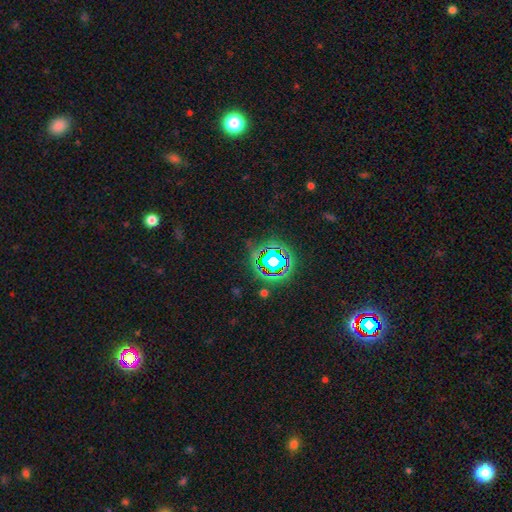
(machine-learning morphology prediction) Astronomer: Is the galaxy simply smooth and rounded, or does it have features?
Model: star or artifact — 76%.